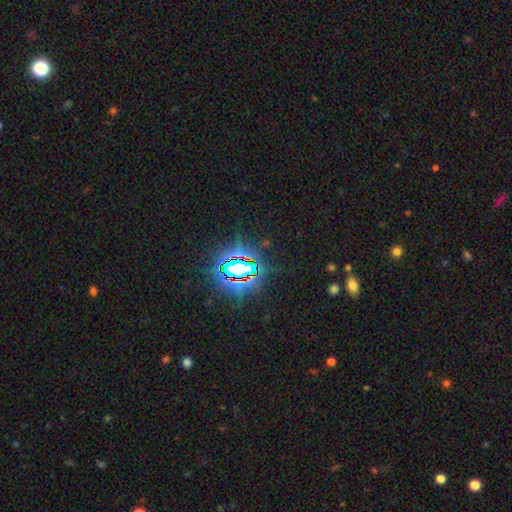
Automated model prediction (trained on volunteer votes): Overall: star or artifact (83%).